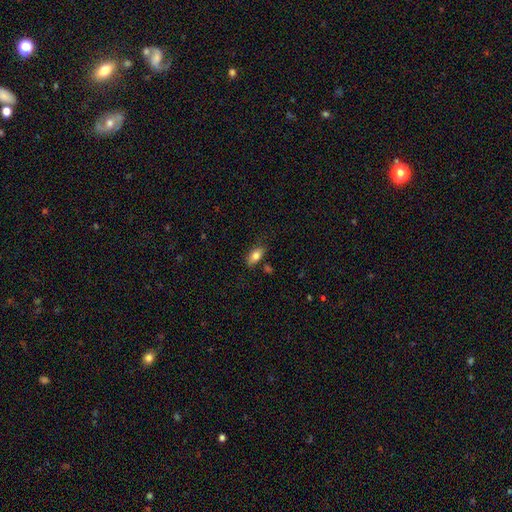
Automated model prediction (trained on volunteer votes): The model was most divided on "merging": none: 71%, minor disturbance: 20%, merger: 5%, major disturbance: 5%. More confident: how rounded — in between (86%); smooth or featured — smooth (79%).